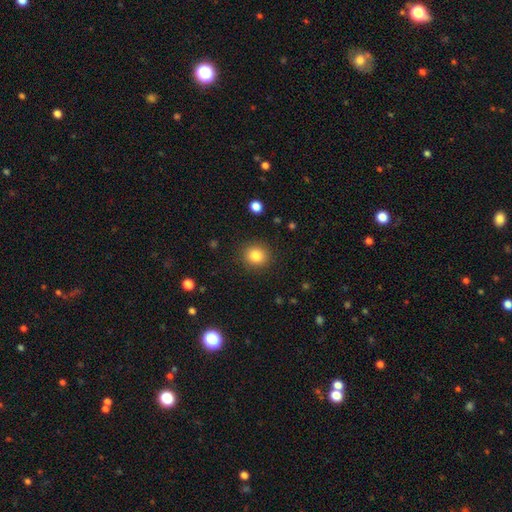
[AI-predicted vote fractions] Overall: smooth (83%). How rounded: round (86%). Merging: none (89%).